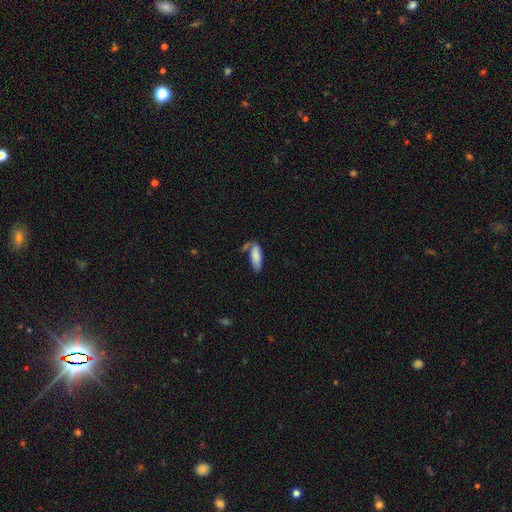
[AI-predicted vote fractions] smooth 82%, featured or disk 11%, star or artifact 7%. Down the decision tree: how rounded — in between (68%); merging — none (51%).